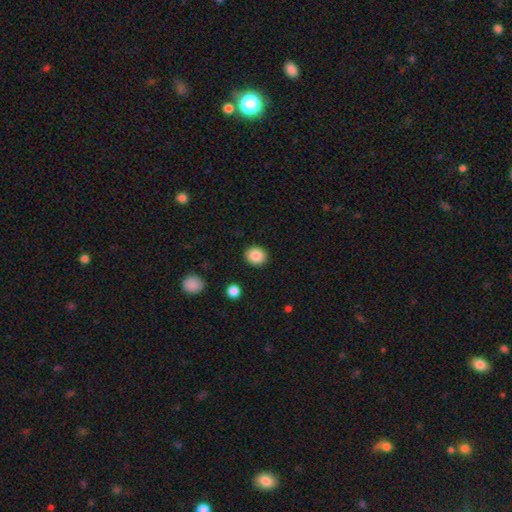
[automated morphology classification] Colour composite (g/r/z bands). It shows a smooth galaxy with no disk features (86%) that is round (78%). Merging: none (91%).